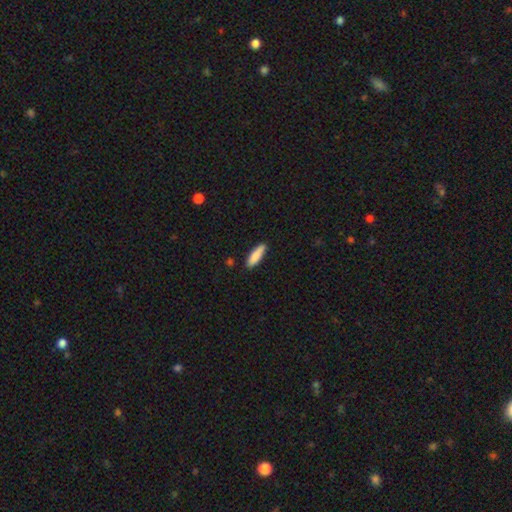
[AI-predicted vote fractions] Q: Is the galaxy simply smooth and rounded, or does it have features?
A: smooth — 86%.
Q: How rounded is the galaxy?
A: cigar-shaped — 60%.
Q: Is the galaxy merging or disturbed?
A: none — 87%.